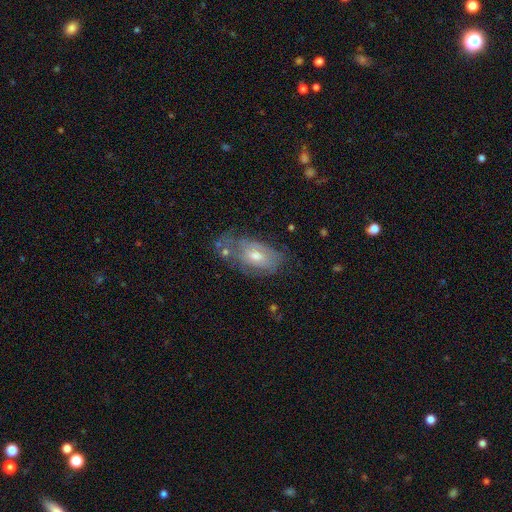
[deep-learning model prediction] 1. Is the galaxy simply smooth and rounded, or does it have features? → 51% featured or disk, 41% smooth, 9% star or artifact.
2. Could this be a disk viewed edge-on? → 90% no, 10% yes.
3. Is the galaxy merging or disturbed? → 40% none, 32% minor disturbance, 20% major disturbance, 8% merger.